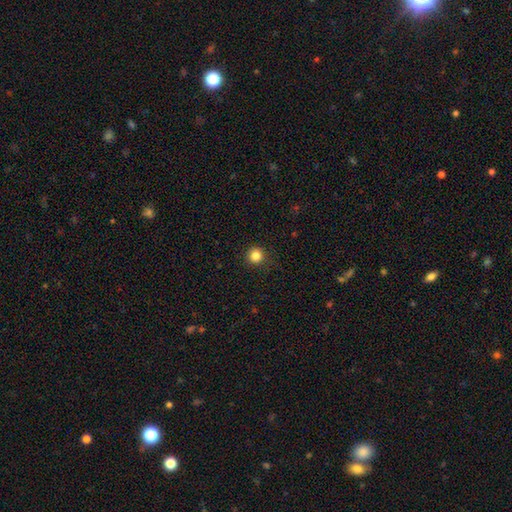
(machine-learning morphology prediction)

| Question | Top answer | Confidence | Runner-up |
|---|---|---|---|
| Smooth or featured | smooth | 84% | star or artifact (12%) |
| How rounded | round | 95% | in between (4%) |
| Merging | none | 91% | minor disturbance (6%) |